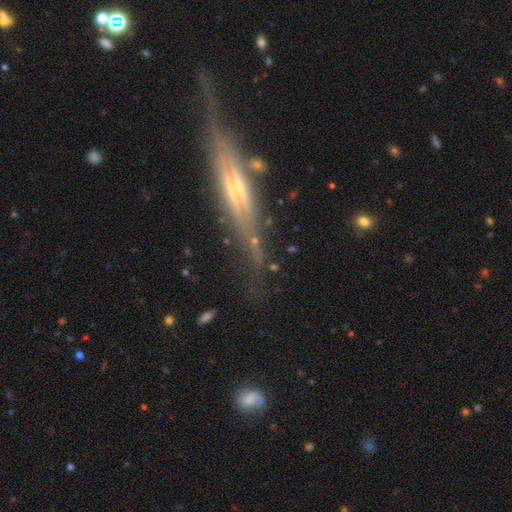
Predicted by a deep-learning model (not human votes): A featured or disk galaxy (77%) viewed edge-on (92%) with a rounded central bulge (57%). Merging: none (72%).